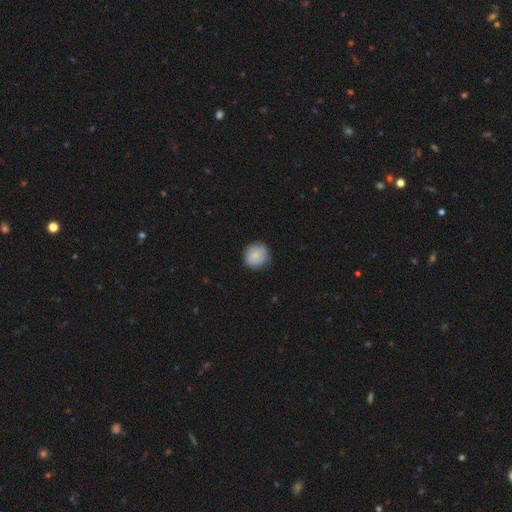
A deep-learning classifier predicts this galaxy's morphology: This appears to be a smooth galaxy with no disk features (82%) that is round (91%). Merging: none (83%).